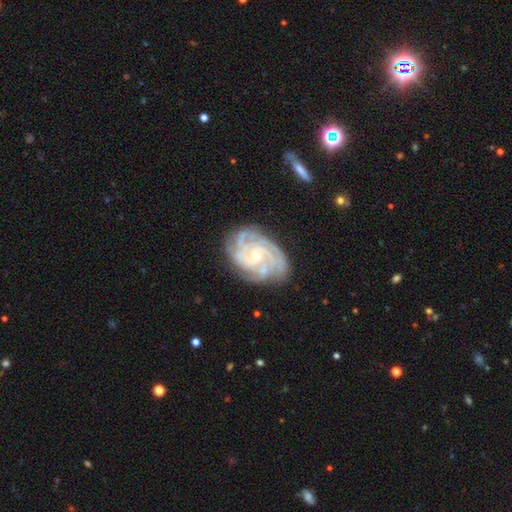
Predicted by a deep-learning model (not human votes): featured or disk 88%, star or artifact 6%, smooth 6%. Down the decision tree: edge-on disk — no (97%); bar — no (67%); spiral arms — yes (97%); spiral arm count — 4 (31%); spiral winding — tight (70%); bulge size — small (65%); merging — none (76%).